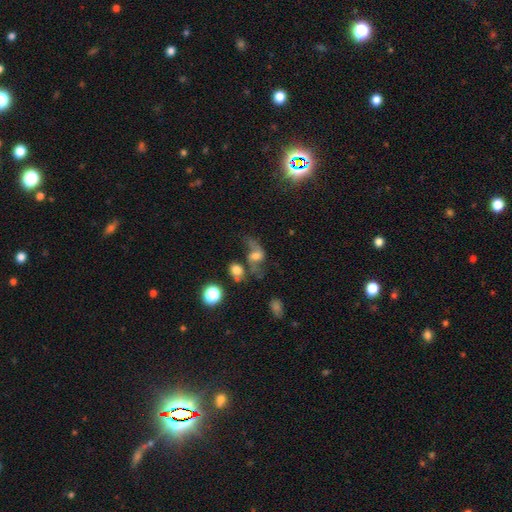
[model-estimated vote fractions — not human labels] Overall: featured or disk (53%; smooth 33%). Edge-on disk: no (94%). Merging: none (36%; major disturbance 24%).